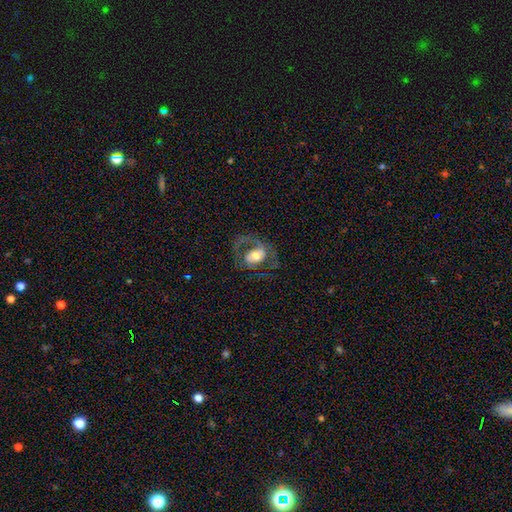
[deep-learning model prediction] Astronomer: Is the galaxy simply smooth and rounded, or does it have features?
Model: featured or disk — 64%.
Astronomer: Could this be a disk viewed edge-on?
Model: no — 96%.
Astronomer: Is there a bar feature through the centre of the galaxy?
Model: no — 48% (runner-up: weak, 34%).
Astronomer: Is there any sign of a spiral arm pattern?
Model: yes — 69%.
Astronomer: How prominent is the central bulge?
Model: moderate — 55%.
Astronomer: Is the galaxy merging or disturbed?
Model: none — 55%.